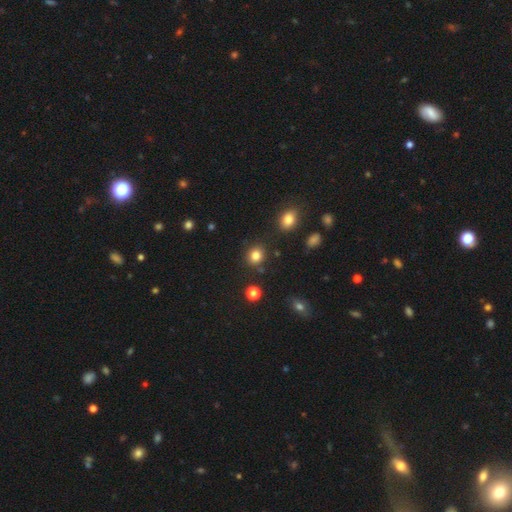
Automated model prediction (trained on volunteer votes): Morphology: type=smooth (82%); roundness=round (82%); merging=none (85%).